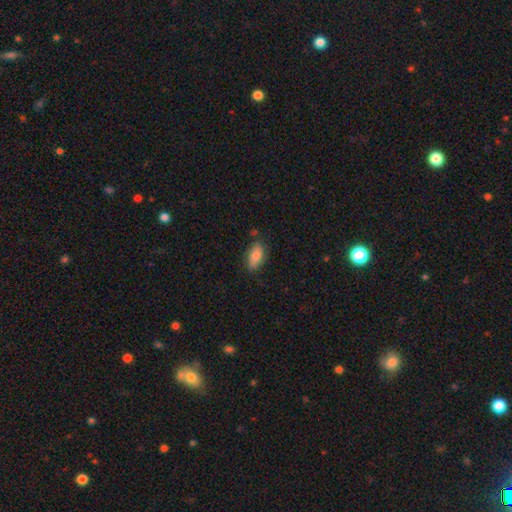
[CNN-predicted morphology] Smooth or featured? smooth (83%)
How rounded? in between (88%)
Merging? none (74%)